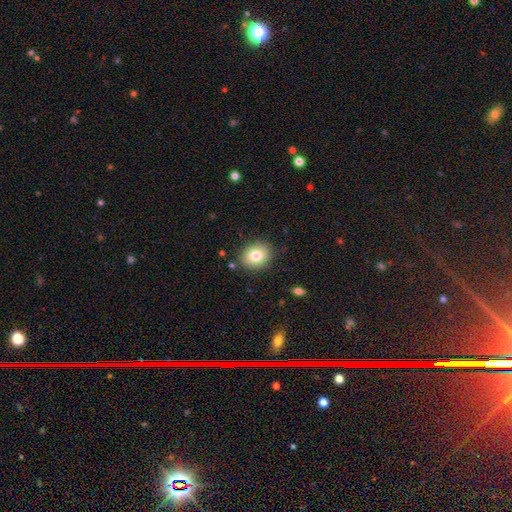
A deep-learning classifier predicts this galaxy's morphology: smooth_or_featured: smooth (p=0.79) [alt: featured or disk p=0.11]
how_rounded: round (p=0.61) [alt: in between p=0.38]
merging: none (p=0.86) [alt: minor disturbance p=0.09]